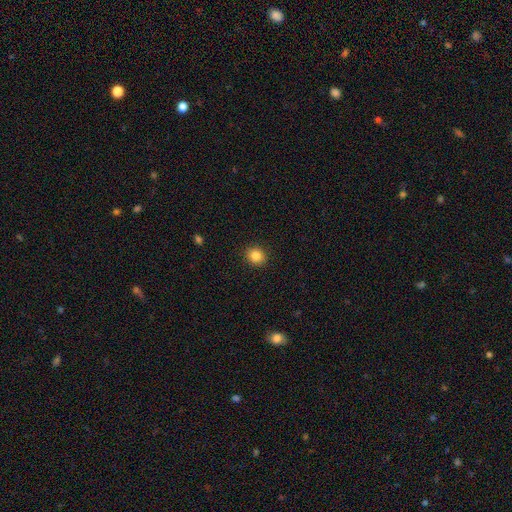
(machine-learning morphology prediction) type=smooth (85%); roundness=round (83%); merging=none (92%).